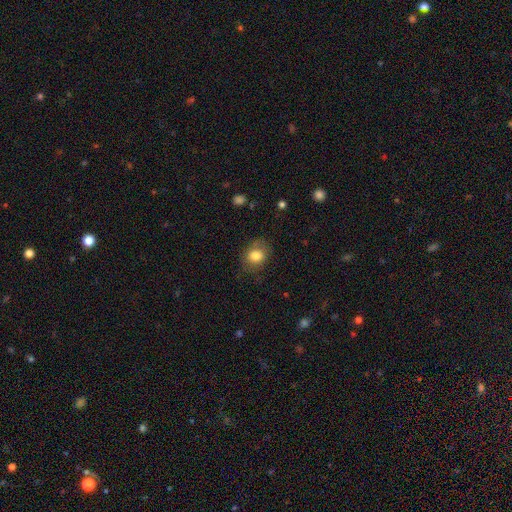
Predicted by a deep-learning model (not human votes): The model was most divided on "how rounded": round: 52%, in between: 47%, cigar-shaped: 1%. More confident: smooth or featured — smooth (81%); merging — none (72%).